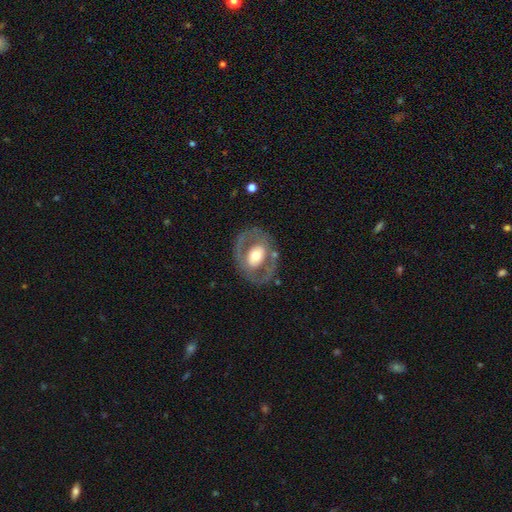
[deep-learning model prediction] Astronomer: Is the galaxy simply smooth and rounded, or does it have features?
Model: featured or disk — 64%.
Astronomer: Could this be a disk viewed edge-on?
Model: no — 94%.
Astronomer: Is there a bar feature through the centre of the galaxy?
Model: no — 60%.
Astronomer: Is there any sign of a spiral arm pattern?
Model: no — 70%.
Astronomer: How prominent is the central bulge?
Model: moderate — 62%.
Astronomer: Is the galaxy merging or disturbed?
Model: none — 73%.